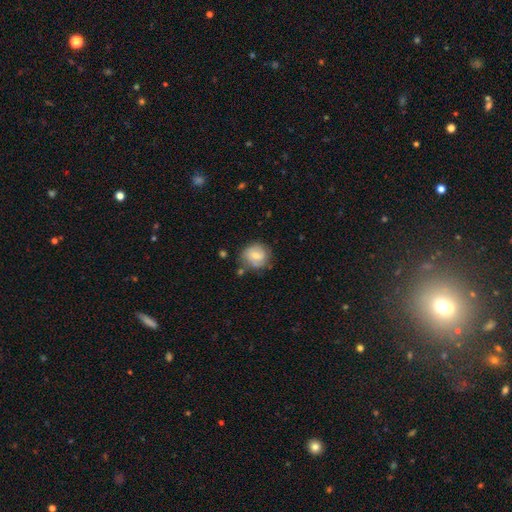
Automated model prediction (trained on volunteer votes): A smooth galaxy with no disk features (54%) that is round (82%). Merging: none (70%).